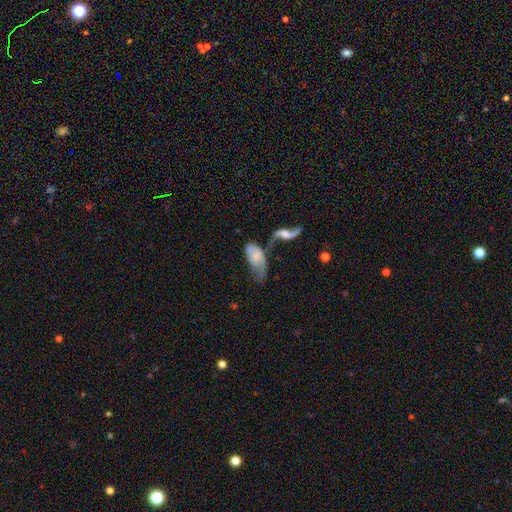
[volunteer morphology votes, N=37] Overall: smooth (57%; featured or disk 38%). How rounded: in between (100%). Merging: merger (66%).